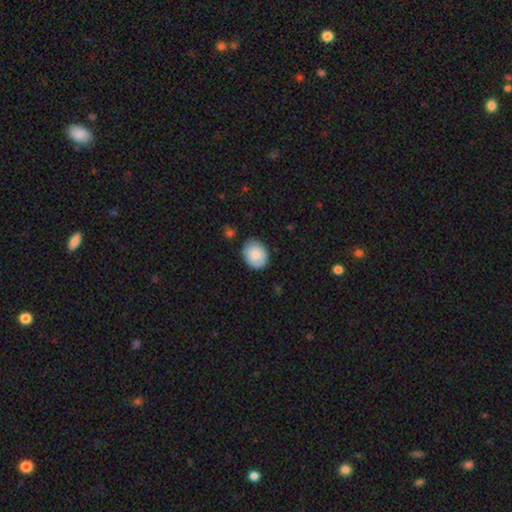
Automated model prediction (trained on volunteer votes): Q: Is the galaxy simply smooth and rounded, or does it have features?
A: smooth — 83%.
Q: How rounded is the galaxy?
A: in between — 54%.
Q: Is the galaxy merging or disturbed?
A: none — 81%.